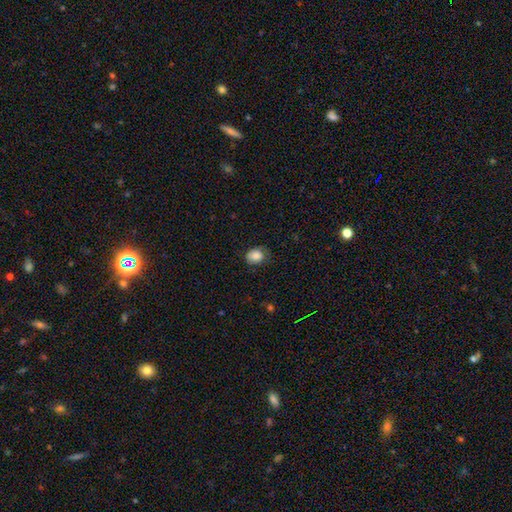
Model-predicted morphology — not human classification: Smooth or featured: smooth — 84% (star or artifact — 8%)
How rounded: in between — 52% (round — 47%)
Merging: none — 64% (minor disturbance — 27%)